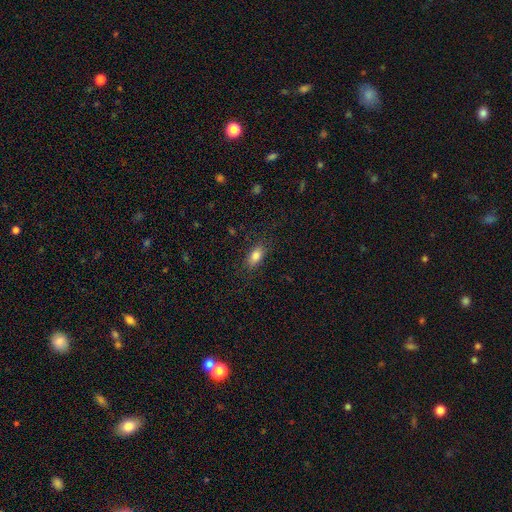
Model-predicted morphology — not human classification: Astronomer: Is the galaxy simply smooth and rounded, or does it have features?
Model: smooth — 82%.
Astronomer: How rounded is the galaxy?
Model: in between — 86%.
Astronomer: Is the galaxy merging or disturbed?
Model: none — 84%.